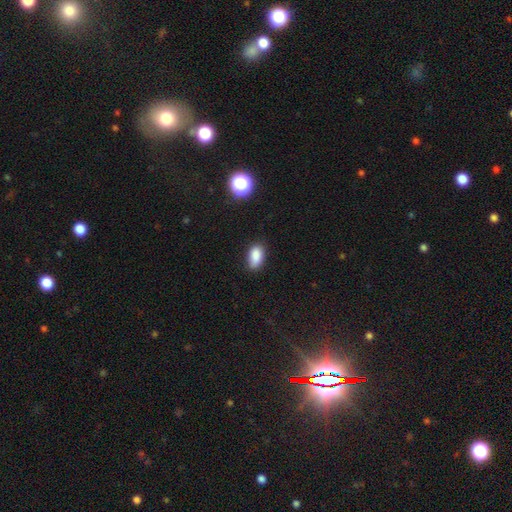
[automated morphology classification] This is clearly a smooth galaxy (86%). How rounded: clearly in between (91%). Merging: likely none (75%).